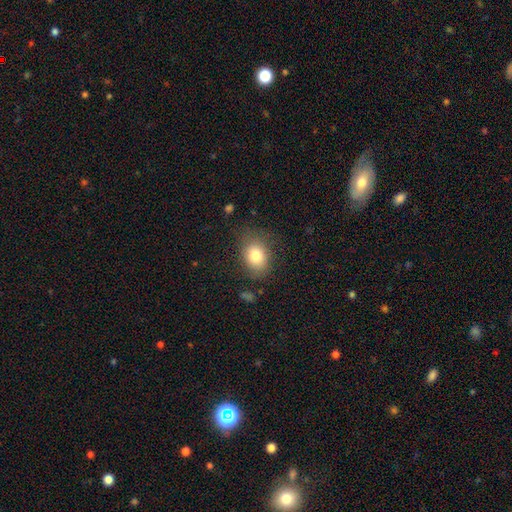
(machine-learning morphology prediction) Smooth or featured? smooth (80%)
How rounded? in between (62%)
Merging? none (74%)